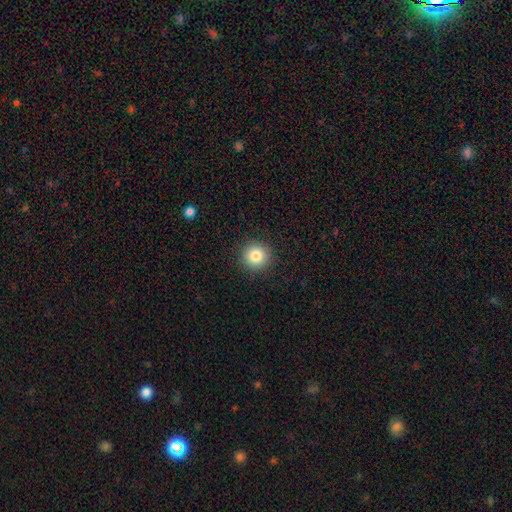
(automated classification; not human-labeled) The model was most divided on "smooth or featured": smooth: 83%, star or artifact: 10%, featured or disk: 6%. More confident: how rounded — round (95%); merging — none (92%).